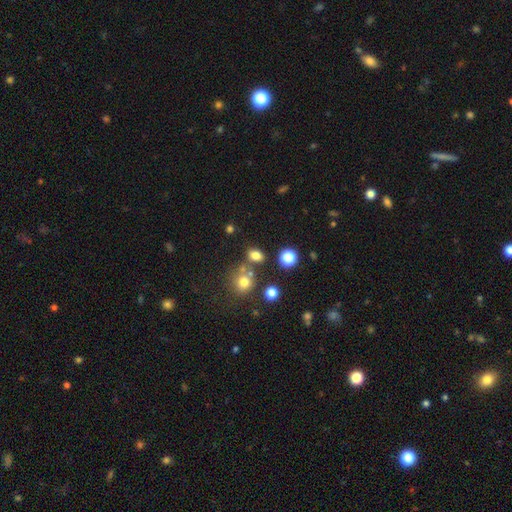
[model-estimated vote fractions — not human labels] Smooth or featured: smooth — 76% (star or artifact — 16%)
How rounded: in between — 65% (round — 34%)
Merging: none — 68% (merger — 15%)